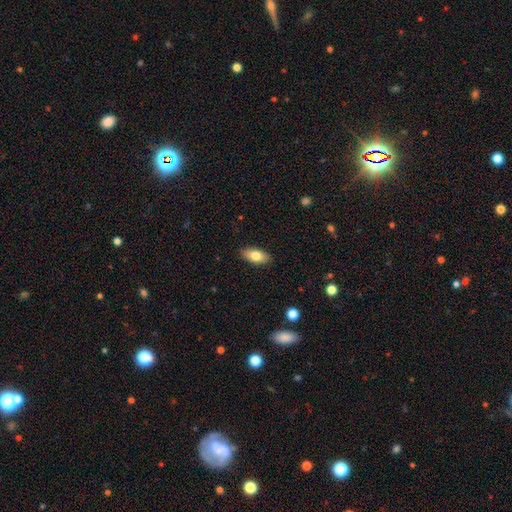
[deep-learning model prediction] Overall: smooth (78%). How rounded: in between (89%). Merging: none (89%).